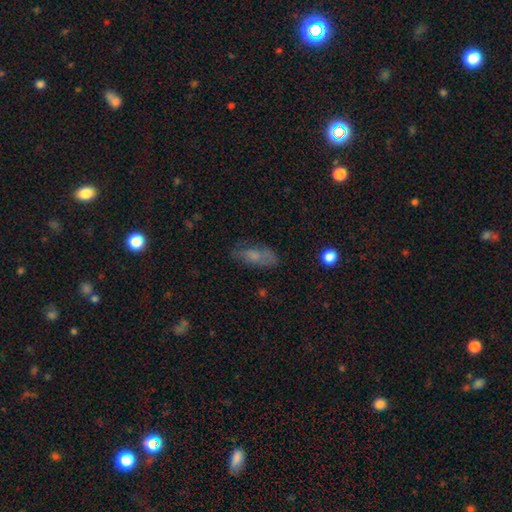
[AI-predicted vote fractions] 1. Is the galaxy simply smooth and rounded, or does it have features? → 62% smooth, 26% featured or disk, 11% star or artifact.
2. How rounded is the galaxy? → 74% in between, 21% cigar-shaped, 4% round.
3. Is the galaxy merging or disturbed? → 63% none, 24% minor disturbance, 10% major disturbance, 3% merger.